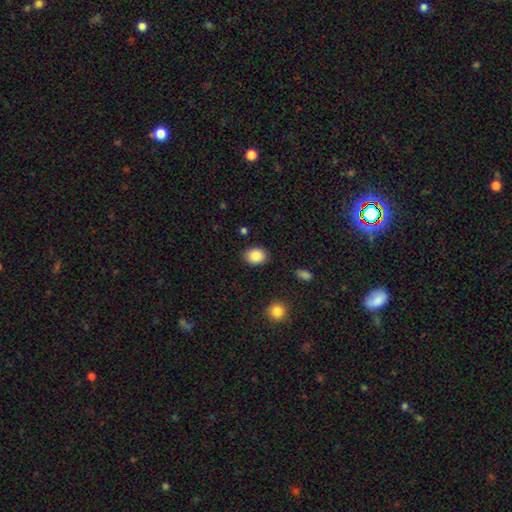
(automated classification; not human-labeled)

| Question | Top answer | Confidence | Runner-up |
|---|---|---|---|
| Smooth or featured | smooth | 88% | star or artifact (8%) |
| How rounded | in between | 51% | round (48%) |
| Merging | none | 86% | minor disturbance (9%) |